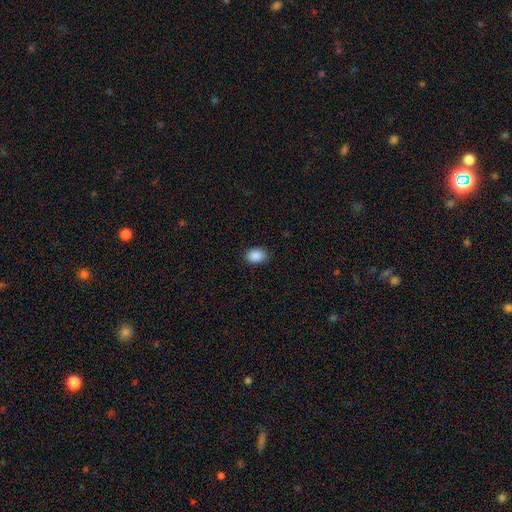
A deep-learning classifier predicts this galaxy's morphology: This is clearly a smooth galaxy (89%). How rounded: likely in between (72%). Merging: clearly none (87%).